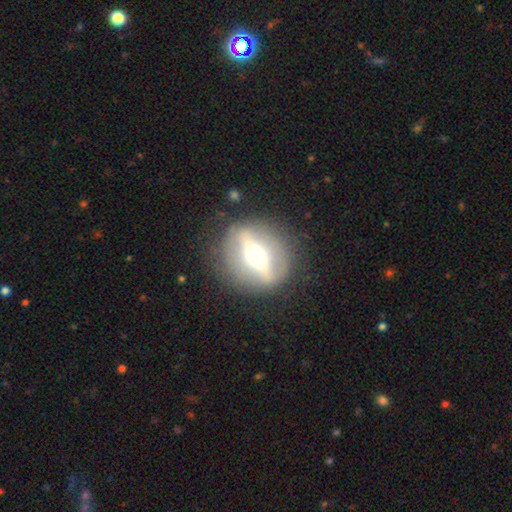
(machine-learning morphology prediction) Smooth or featured? Predicted: featured or disk (p=0.69). Edge-on disk? Predicted: no (p=0.54). Merging? Predicted: none (p=0.81).